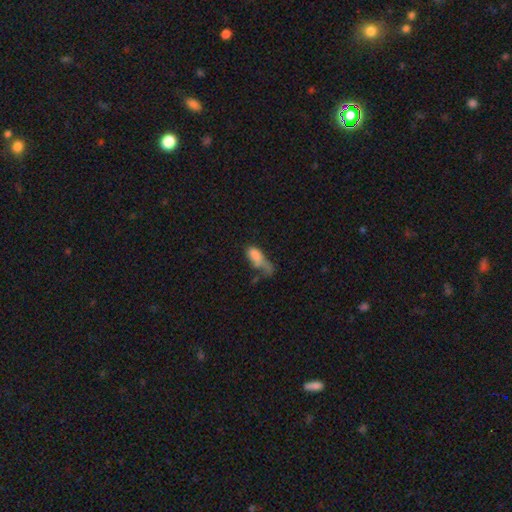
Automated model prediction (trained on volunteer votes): smooth 70%, featured or disk 19%, star or artifact 11%. Down the decision tree: how rounded — in between (78%); merging — major disturbance (40%).